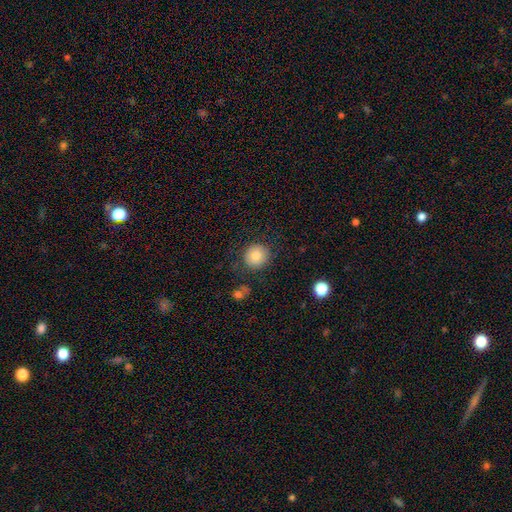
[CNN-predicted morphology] Smooth or featured?
  - smooth: 80% *
  - star or artifact: 10%
  - featured or disk: 9%
How rounded?
  - round: 91% *
  - in between: 8%
  - cigar-shaped: 1%
Merging?
  - none: 84% *
  - minor disturbance: 10%
  - major disturbance: 4%
  - merger: 2%